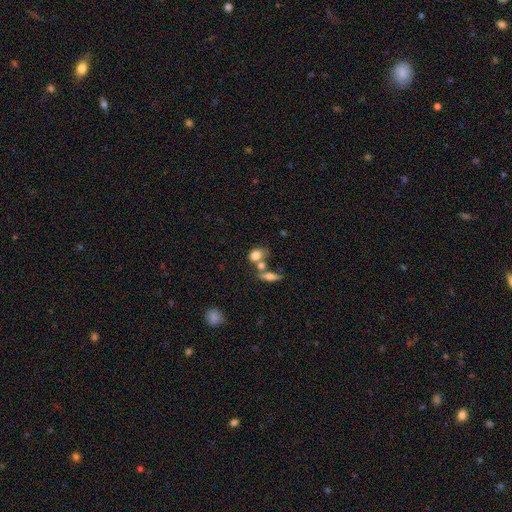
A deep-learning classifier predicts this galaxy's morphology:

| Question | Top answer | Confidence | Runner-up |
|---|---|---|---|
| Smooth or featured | smooth | 77% | featured or disk (13%) |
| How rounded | in between | 55% | round (42%) |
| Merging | none | 41% | merger (39%) |